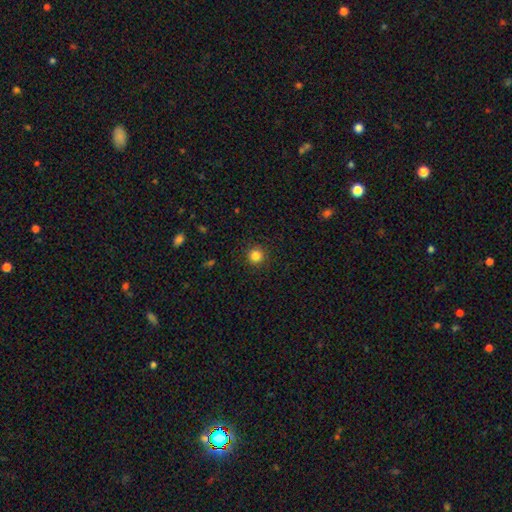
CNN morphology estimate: smooth-or-featured: smooth: 84% | star or artifact: 12% | featured or disk: 4%
  how-rounded: round: 95% | in between: 4% | cigar-shaped: 1%
  merging: none: 92% | minor disturbance: 5% | major disturbance: 2% | merger: 1%